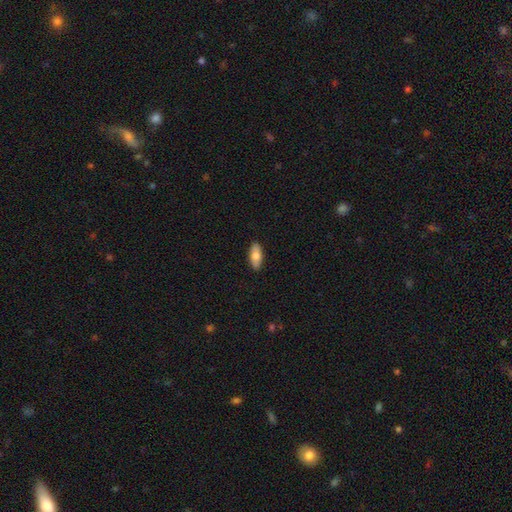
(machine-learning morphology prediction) Overall: smooth (74%). How rounded: in between (85%). Merging: none (88%).